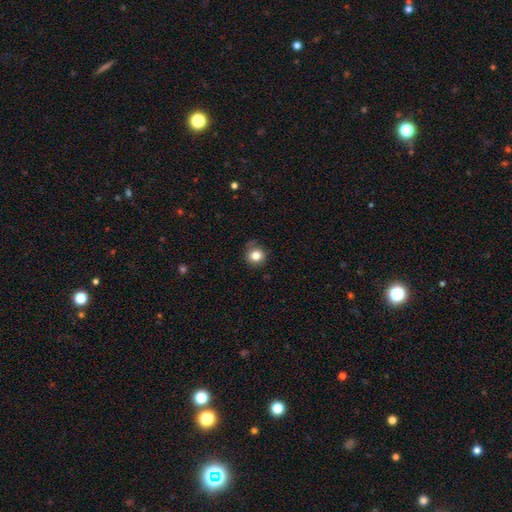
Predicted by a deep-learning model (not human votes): Smooth or featured? Predicted: smooth (p=0.82). How rounded? Predicted: round (p=0.90). Merging? Predicted: none (p=0.79).